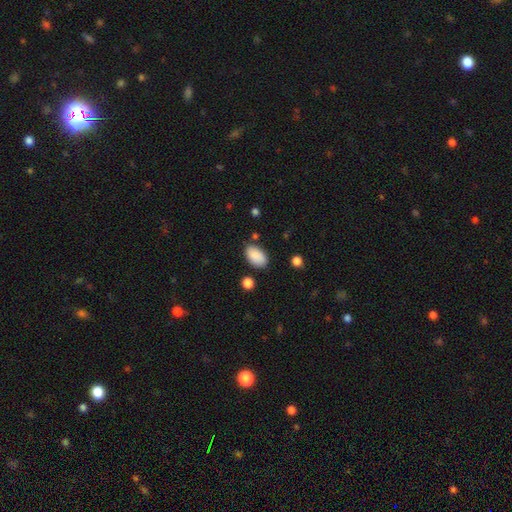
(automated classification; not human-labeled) Q: Smooth or featured?
A: smooth (89%); runner-up: star or artifact (7%)
Q: How rounded?
A: in between (94%); runner-up: round (5%)
Q: Merging?
A: none (79%); runner-up: minor disturbance (14%)